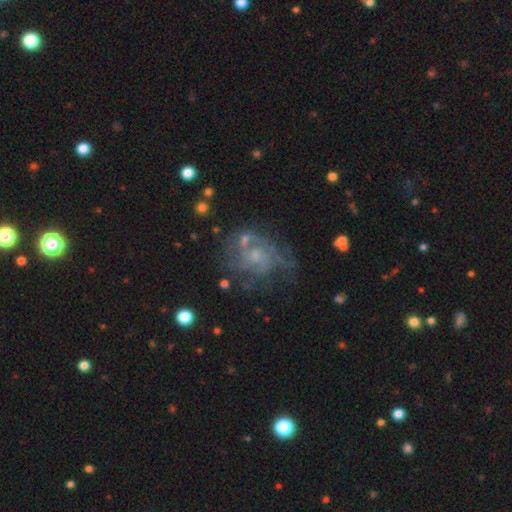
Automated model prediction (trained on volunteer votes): The model was most divided on "spiral winding": tight: 43%, medium: 42%, loose: 15%. Remaining: edge-on disk — no (98%); spiral arms — yes (84%); smooth or featured — featured or disk (75%); bar — no (70%); merging — none (55%); bulge size — small (54%); spiral arm count — can't tell (37%).